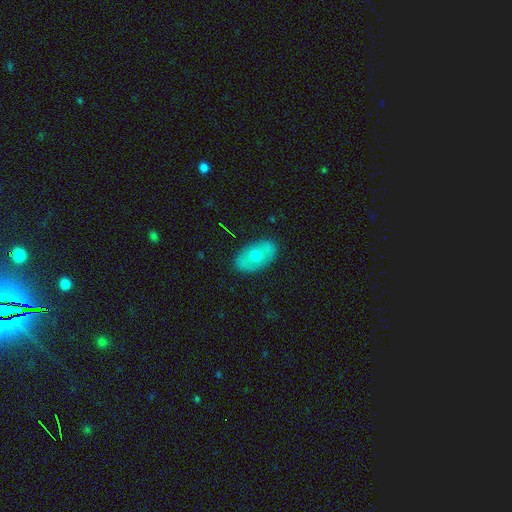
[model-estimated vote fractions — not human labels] Morphology: type=smooth (56%); roundness=in between (87%); merging=none (84%).